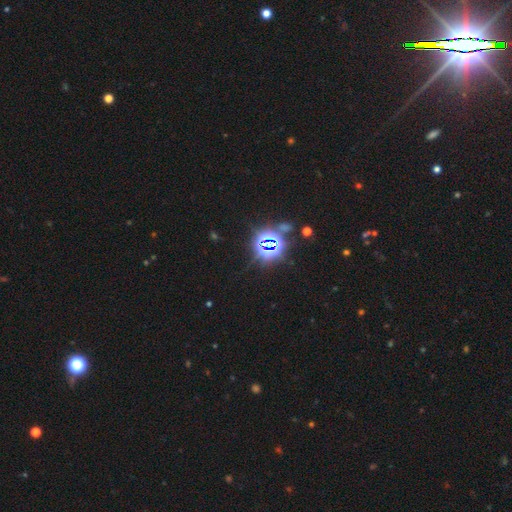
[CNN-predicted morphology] smooth-or-featured: star or artifact: 81% | smooth: 12% | featured or disk: 8%